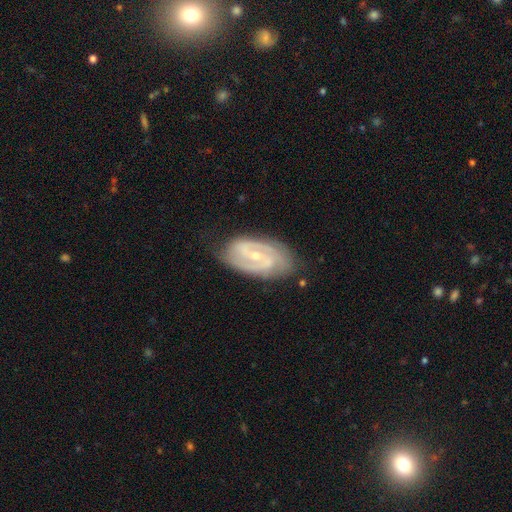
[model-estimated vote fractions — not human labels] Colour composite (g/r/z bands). It shows a featured or disk galaxy (86%) with a weak bar (47%), 2 (77%) tight (47%) spiral arms (95%) and a small central bulge (66%). Merging: none (77%).